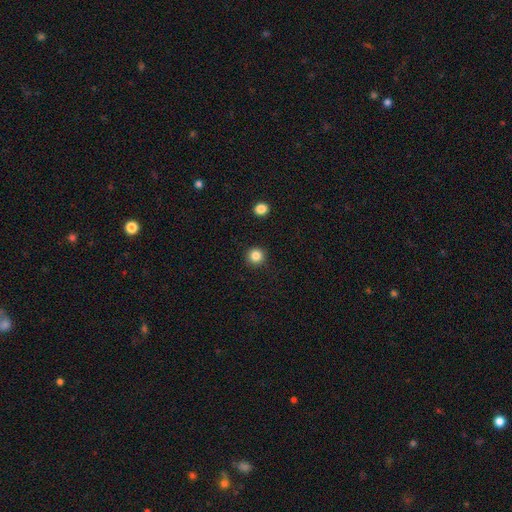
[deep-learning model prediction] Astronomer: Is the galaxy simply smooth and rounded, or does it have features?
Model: smooth — 84%.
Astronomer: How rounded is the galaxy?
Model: round — 95%.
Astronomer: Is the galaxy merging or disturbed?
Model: none — 92%.